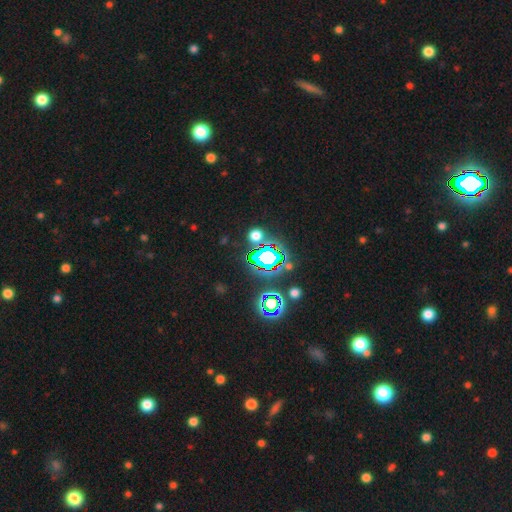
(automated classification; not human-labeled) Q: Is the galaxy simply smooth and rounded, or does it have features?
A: star or artifact — 76%.